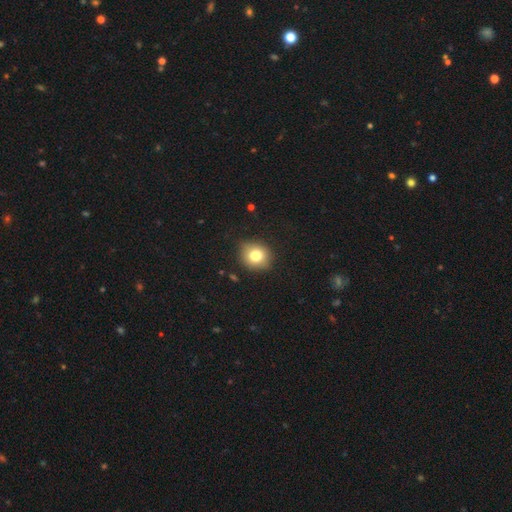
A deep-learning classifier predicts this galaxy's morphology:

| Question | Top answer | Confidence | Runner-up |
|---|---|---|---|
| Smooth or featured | smooth | 78% | featured or disk (11%) |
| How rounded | round | 78% | in between (21%) |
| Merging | none | 86% | minor disturbance (11%) |